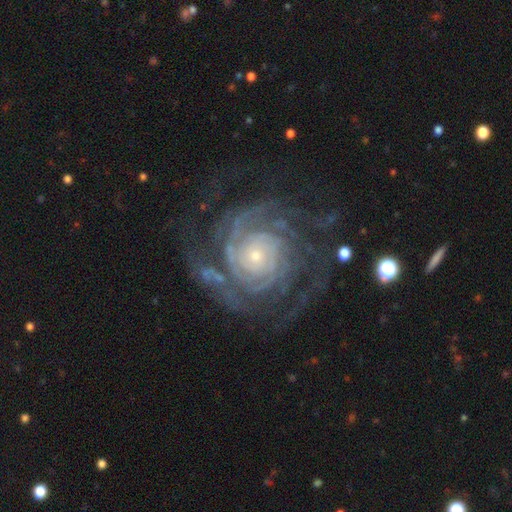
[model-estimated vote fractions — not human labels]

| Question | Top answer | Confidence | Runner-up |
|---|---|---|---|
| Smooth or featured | featured or disk | 90% | star or artifact (5%) |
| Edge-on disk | no | 98% | yes (2%) |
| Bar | no | 80% | weak (14%) |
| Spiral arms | yes | 98% | no (2%) |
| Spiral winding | tight | 79% | medium (17%) |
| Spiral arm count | can't tell | 24% | 2 (19%) |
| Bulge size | small | 74% | moderate (20%) |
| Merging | none | 66% | minor disturbance (16%) |